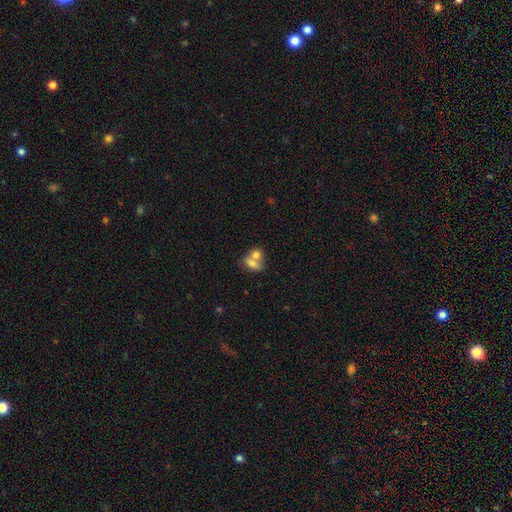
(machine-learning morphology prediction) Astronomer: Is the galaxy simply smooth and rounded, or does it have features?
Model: smooth — 74%.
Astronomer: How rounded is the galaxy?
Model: in between — 62%.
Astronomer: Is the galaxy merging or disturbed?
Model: merger — 64%.